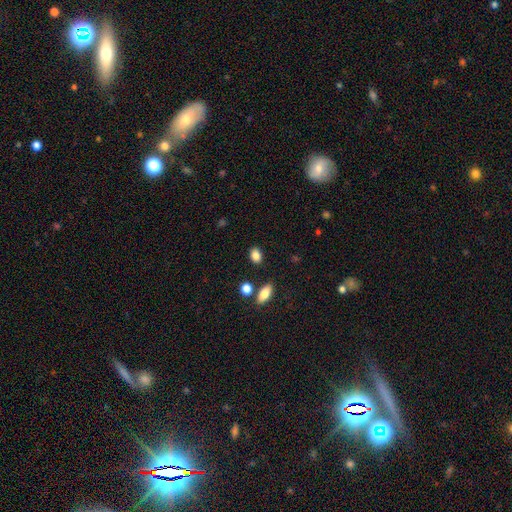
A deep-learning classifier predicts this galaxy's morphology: A smooth galaxy with no disk features (86%) that is in between round and cigar-shaped (76%). Merging: none (83%).